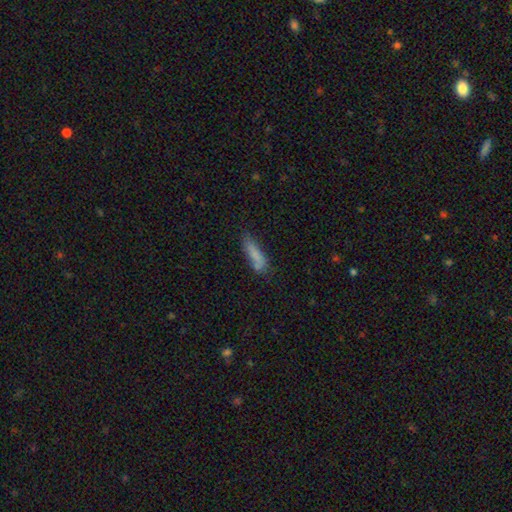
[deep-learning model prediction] smooth-or-featured: smooth: 78% | featured or disk: 13% | star or artifact: 9%
  how-rounded: cigar-shaped: 65% | in between: 33% | round: 2%
  merging: none: 56% | minor disturbance: 25% | major disturbance: 9% | merger: 9%